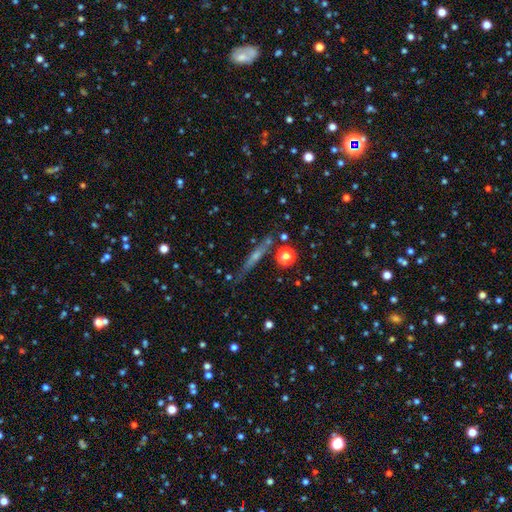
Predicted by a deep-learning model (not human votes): Smooth or featured?
  - featured or disk: 60% *
  - smooth: 26%
  - star or artifact: 13%
Edge-on disk?
  - yes: 93% *
  - no: 7%
Edge-on bulge?
  - rounded: 63% *
  - none: 30%
  - boxy: 7%
Merging?
  - none: 80% *
  - minor disturbance: 12%
  - merger: 4%
  - major disturbance: 3%